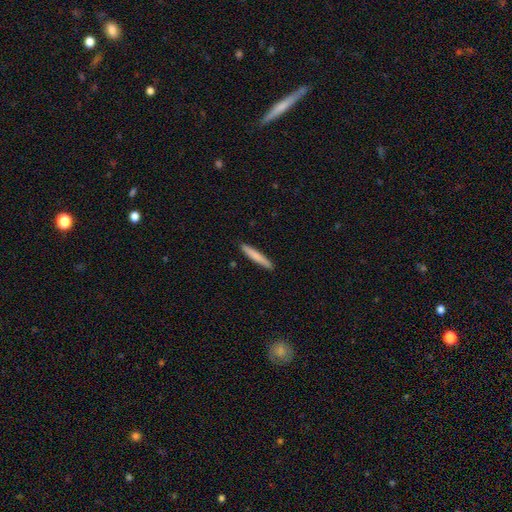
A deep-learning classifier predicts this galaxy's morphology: The model was most divided on "smooth or featured": smooth: 77%, featured or disk: 18%, star or artifact: 5%. More confident: how rounded — cigar-shaped (95%); merging — none (91%).